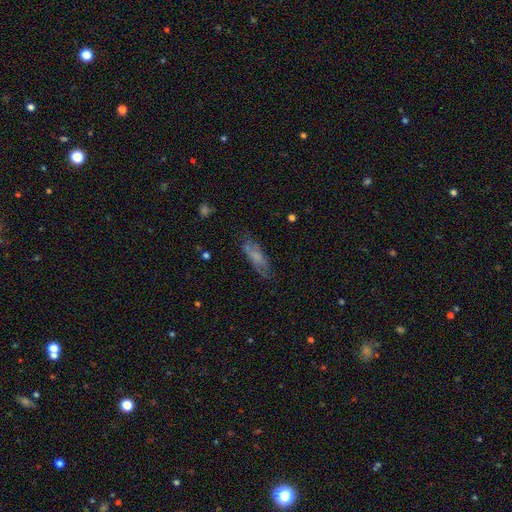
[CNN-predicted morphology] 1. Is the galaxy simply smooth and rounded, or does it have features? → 57% smooth, 34% featured or disk, 9% star or artifact.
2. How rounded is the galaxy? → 50% in between, 48% cigar-shaped, 2% round.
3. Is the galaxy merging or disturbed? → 64% none, 24% minor disturbance, 10% major disturbance, 3% merger.